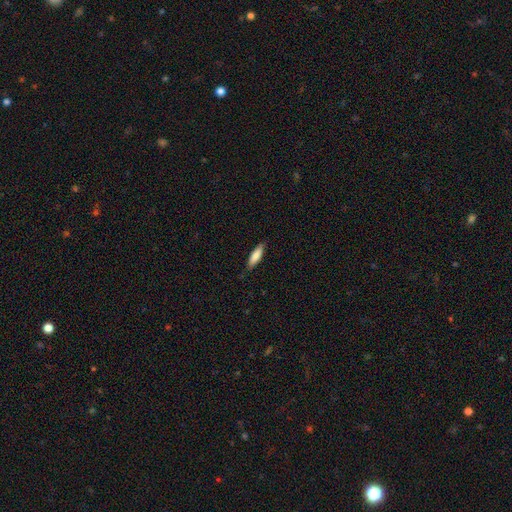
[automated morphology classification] A smooth galaxy with no disk features (81%) that is cigar-shaped (59%).

Vote fractions:
- Smooth or featured? smooth: 81% / featured or disk: 14% / star or artifact: 6%
- How rounded? cigar-shaped: 59% / in between: 39% / round: 2%
- Merging? none: 82% / minor disturbance: 14% / major disturbance: 2% / merger: 1%